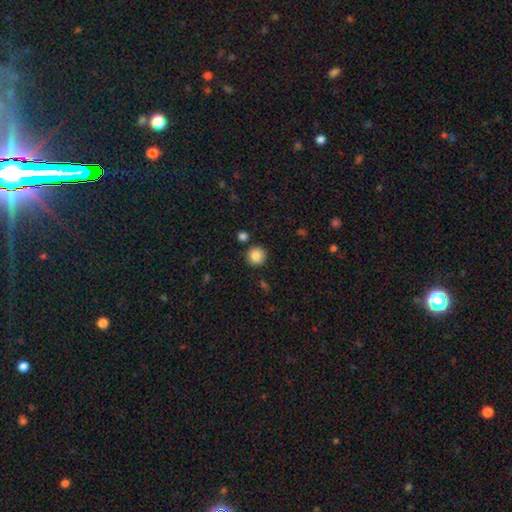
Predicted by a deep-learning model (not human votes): Smooth or featured? Predicted: smooth (p=0.86). How rounded? Predicted: round (p=0.93). Merging? Predicted: none (p=0.87).